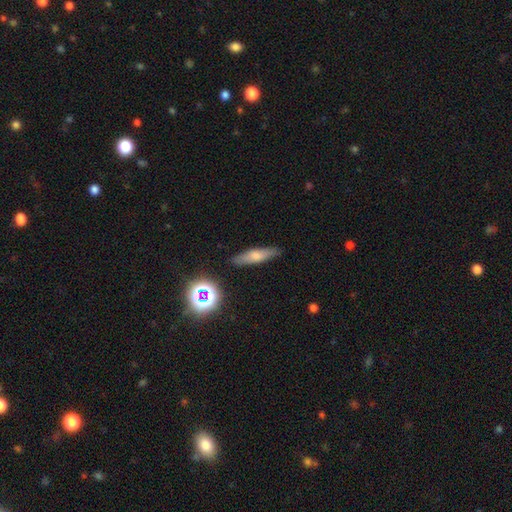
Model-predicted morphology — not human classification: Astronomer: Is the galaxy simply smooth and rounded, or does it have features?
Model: smooth — 60%.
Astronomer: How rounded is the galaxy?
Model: cigar-shaped — 70%.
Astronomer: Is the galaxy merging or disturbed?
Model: none — 85%.